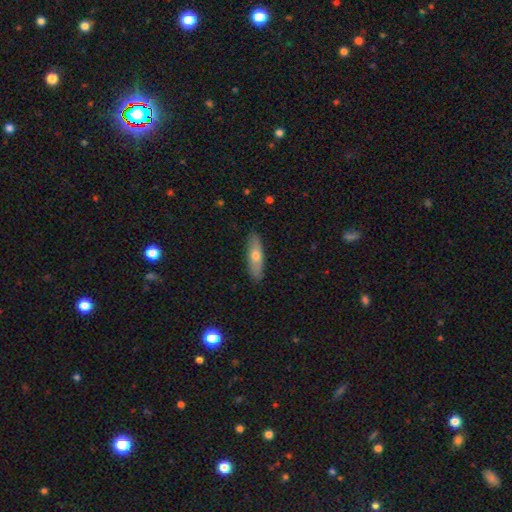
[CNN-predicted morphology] Smooth or featured? Predicted: smooth (p=0.62). How rounded? Predicted: cigar-shaped (p=0.54). Merging? Predicted: none (p=0.88).